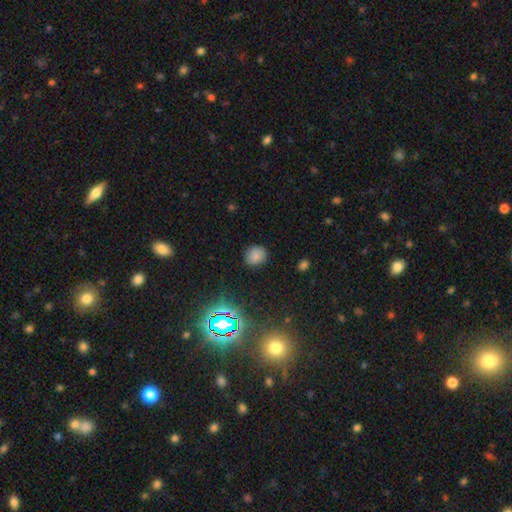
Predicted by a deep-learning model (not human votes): Smooth or featured: smooth — 77% (star or artifact — 16%)
How rounded: round — 69% (in between — 30%)
Merging: none — 82% (minor disturbance — 14%)